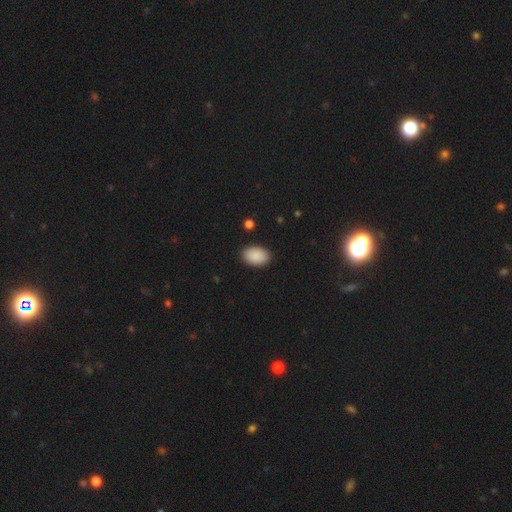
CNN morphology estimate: A smooth galaxy with no disk features (90%) that is in between round and cigar-shaped (90%). Merging: none (89%).